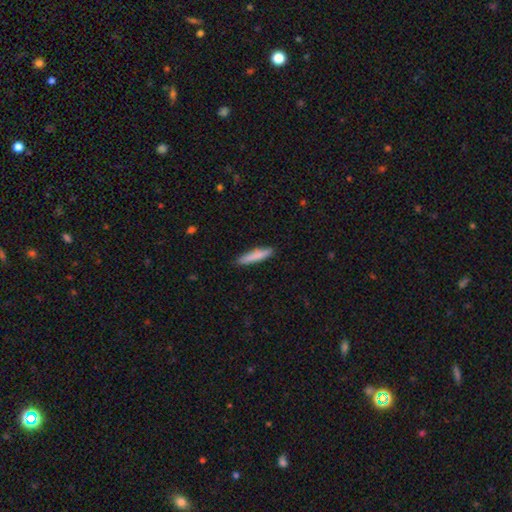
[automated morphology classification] Overall: smooth (81%). How rounded: cigar-shaped (89%). Merging: none (88%).